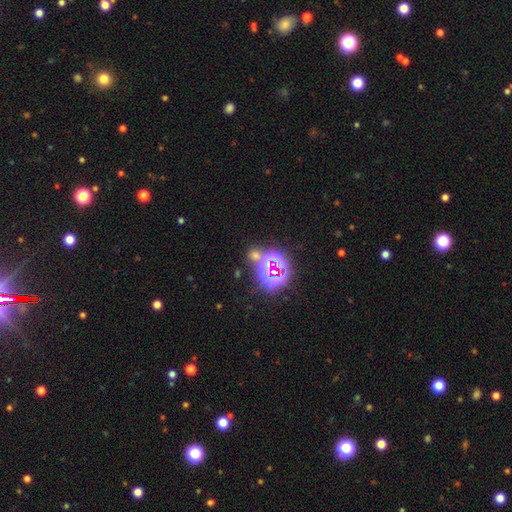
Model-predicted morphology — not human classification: smooth_or_featured: star or artifact (p=0.57) [alt: smooth p=0.34]